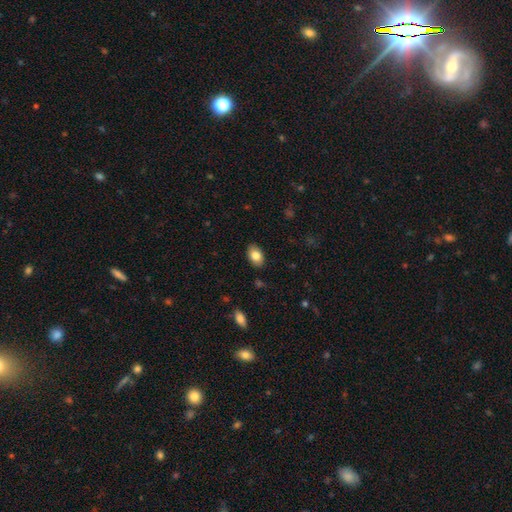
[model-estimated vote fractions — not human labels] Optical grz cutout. It shows a smooth galaxy with no disk features (82%) that is in between round and cigar-shaped (89%). Merging: none (87%).